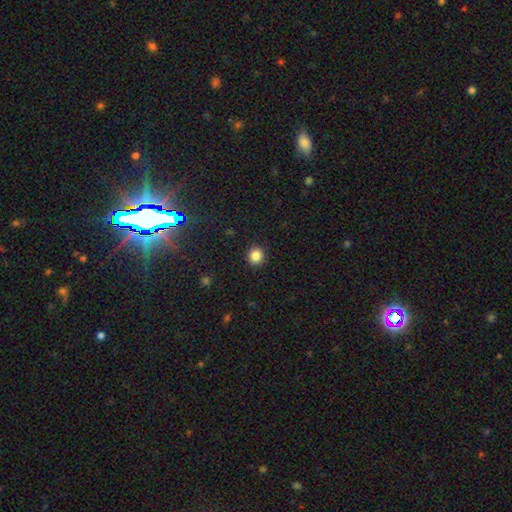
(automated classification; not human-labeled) Smooth or featured?
  - smooth: 85% *
  - star or artifact: 11%
  - featured or disk: 4%
How rounded?
  - round: 92% *
  - in between: 7%
  - cigar-shaped: 1%
Merging?
  - none: 92% *
  - minor disturbance: 5%
  - major disturbance: 2%
  - merger: 1%